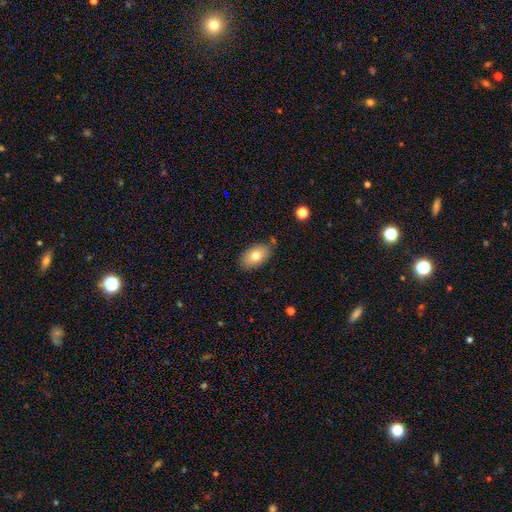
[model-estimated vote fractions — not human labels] This appears to be a smooth galaxy with no disk features (76%) that is in between round and cigar-shaped (92%). Merging: none (80%).